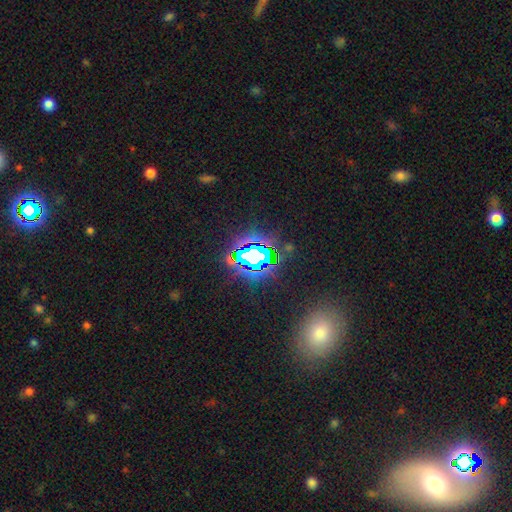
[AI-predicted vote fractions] A star or artifact, not a galaxy (74%).

Vote fractions:
- Smooth or featured? star or artifact: 74% / smooth: 13% / featured or disk: 12%